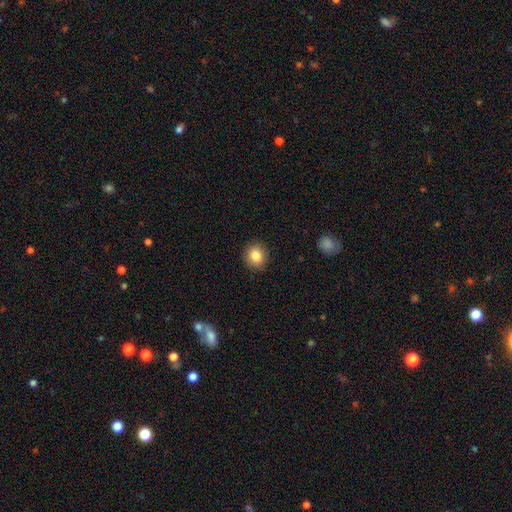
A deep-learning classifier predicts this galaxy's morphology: The model was most divided on "how rounded": round: 77%, in between: 22%, cigar-shaped: 1%. More confident: merging — none (90%); smooth or featured — smooth (84%).